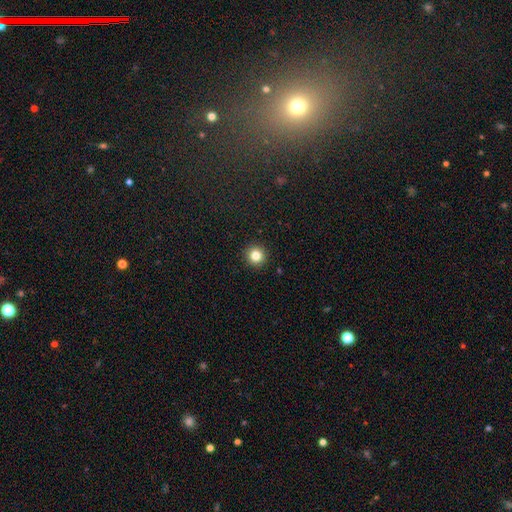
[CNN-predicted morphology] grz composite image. It shows a smooth galaxy with no disk features (83%) that is round (95%). Merging: none (93%).